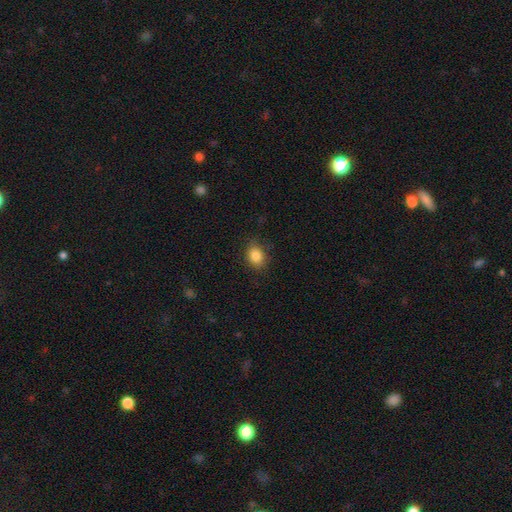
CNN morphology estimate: Smooth or featured?
  - smooth: 86% *
  - star or artifact: 9%
  - featured or disk: 5%
How rounded?
  - in between: 54% *
  - round: 45%
  - cigar-shaped: 1%
Merging?
  - none: 80% *
  - minor disturbance: 15%
  - major disturbance: 4%
  - merger: 1%